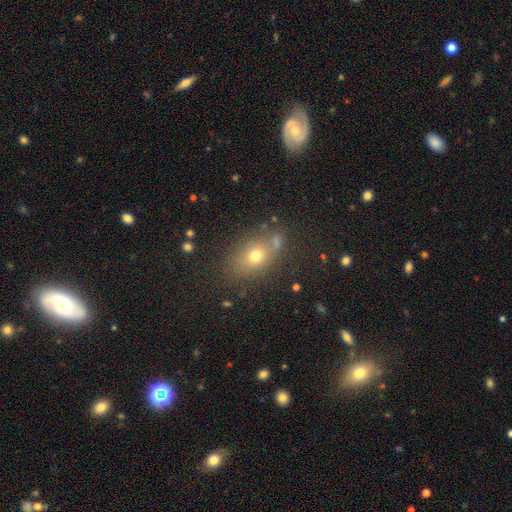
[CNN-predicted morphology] A smooth galaxy with no disk features (69%) that is in between round and cigar-shaped (67%). Merging: none (69%).